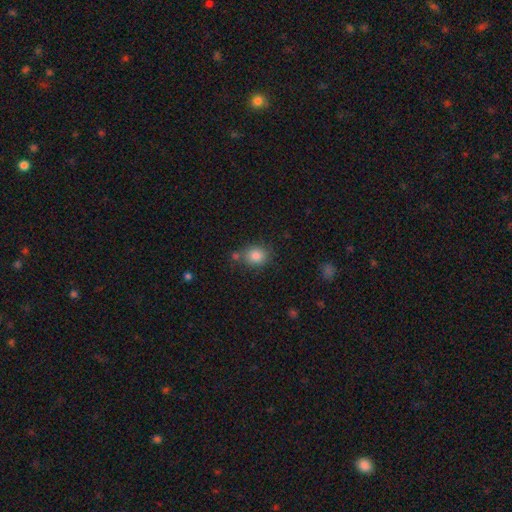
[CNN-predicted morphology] Smooth or featured? smooth (83%)
How rounded? round (66%)
Merging? none (71%)